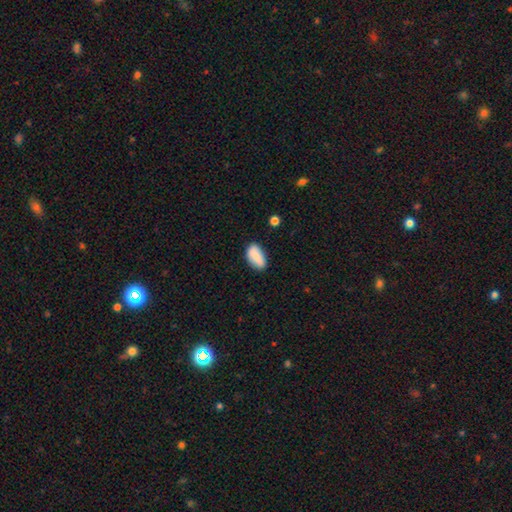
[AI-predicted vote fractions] Overall: smooth (83%). How rounded: in between (92%). Merging: none (76%).